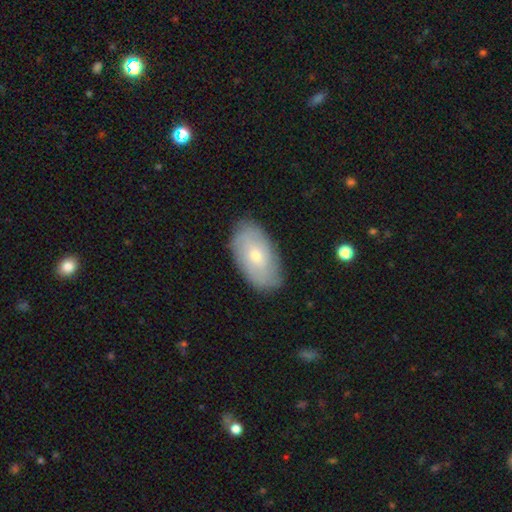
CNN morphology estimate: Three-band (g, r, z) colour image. It shows a smooth galaxy with no disk features (48%). Merging: none (83%).